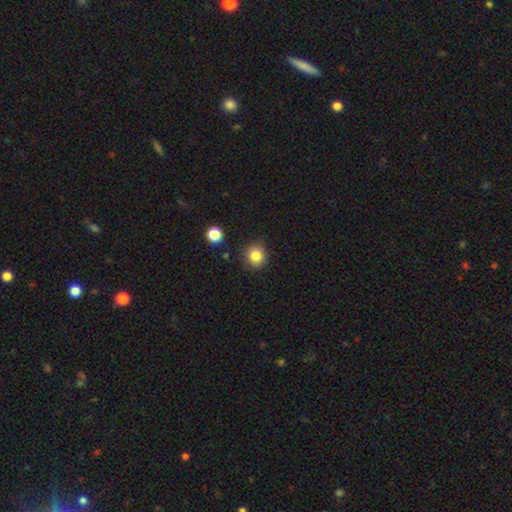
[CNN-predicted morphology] A smooth galaxy with no disk features (83%) that is round (89%).

Vote fractions:
- Smooth or featured? smooth: 83% / star or artifact: 11% / featured or disk: 6%
- How rounded? round: 89% / in between: 10% / cigar-shaped: 1%
- Merging? none: 84% / minor disturbance: 11% / merger: 3% / major disturbance: 2%